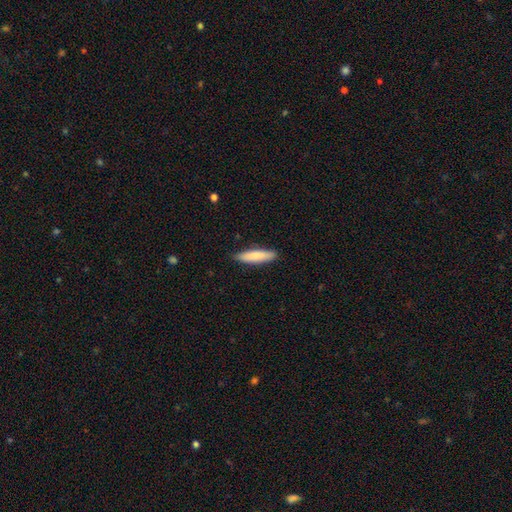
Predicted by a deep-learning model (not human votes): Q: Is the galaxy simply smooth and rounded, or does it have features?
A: smooth — 82%.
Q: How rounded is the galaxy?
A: cigar-shaped — 78%.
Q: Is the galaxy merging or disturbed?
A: none — 87%.